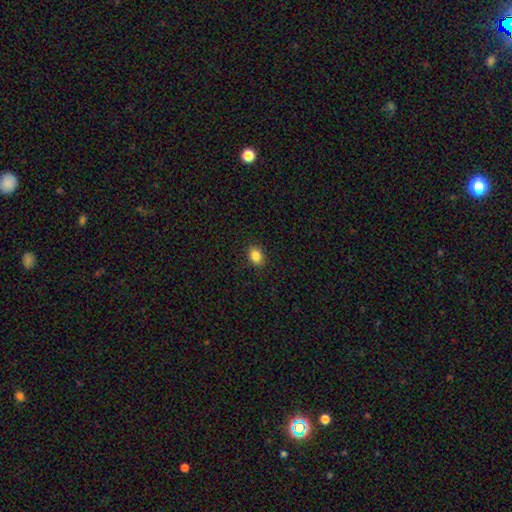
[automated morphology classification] Smooth or featured: smooth — 85% (star or artifact — 10%)
How rounded: in between — 67% (round — 32%)
Merging: none — 90% (minor disturbance — 7%)